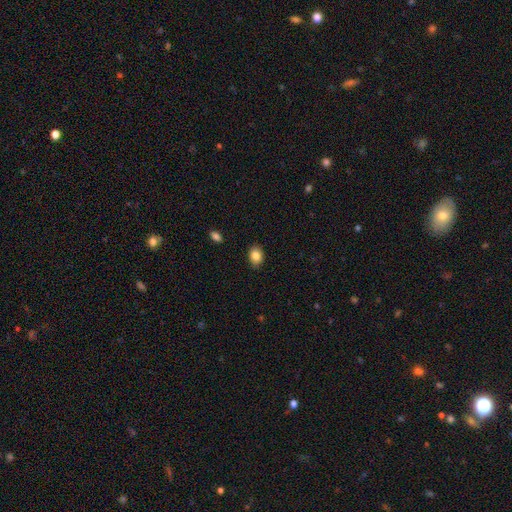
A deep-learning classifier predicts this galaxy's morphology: A smooth galaxy with no disk features (86%) that is in between round and cigar-shaped (74%). Merging: none (87%).